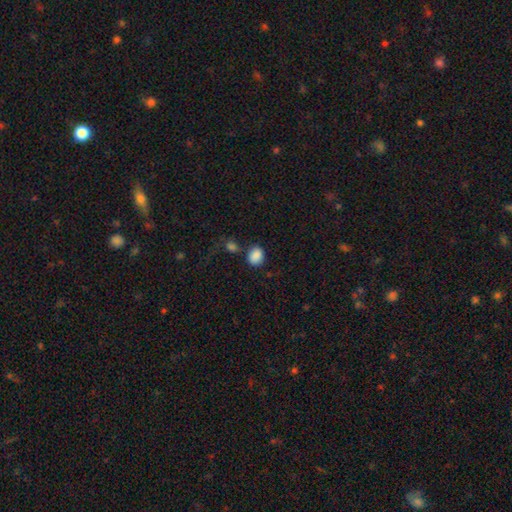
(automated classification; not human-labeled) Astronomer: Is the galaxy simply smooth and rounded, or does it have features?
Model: smooth — 87%.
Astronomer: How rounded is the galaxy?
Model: round — 58% (runner-up: in between, 41%).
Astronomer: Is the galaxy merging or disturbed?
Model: none — 71%.